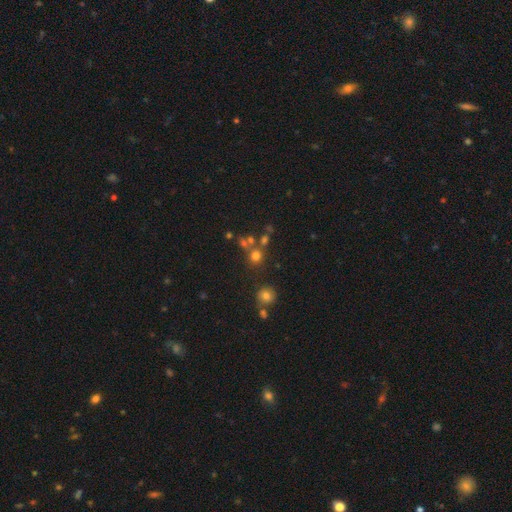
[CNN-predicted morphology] smooth 67%, star or artifact 22%, featured or disk 12%. Down the decision tree: how rounded — round (88%); merging — none (65%).